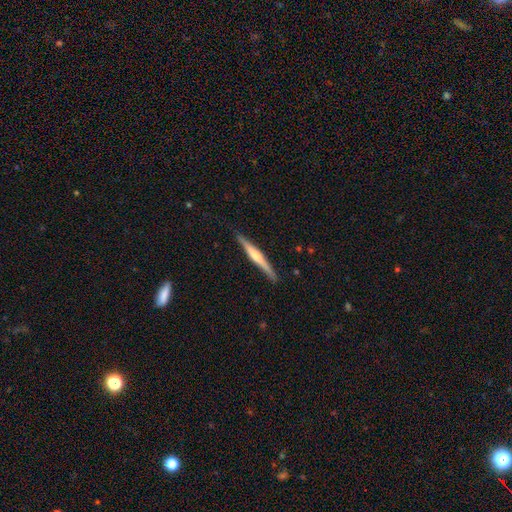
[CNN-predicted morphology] A featured or disk galaxy (65%) viewed edge-on (98%) with a rounded central bulge (71%).

Vote fractions:
- Smooth or featured? featured or disk: 65% / smooth: 30% / star or artifact: 5%
- Edge-on disk? yes: 98% / no: 2%
- Edge-on bulge? rounded: 71% / none: 17% / boxy: 12%
- Merging? none: 90% / minor disturbance: 8% / major disturbance: 1% / merger: 1%